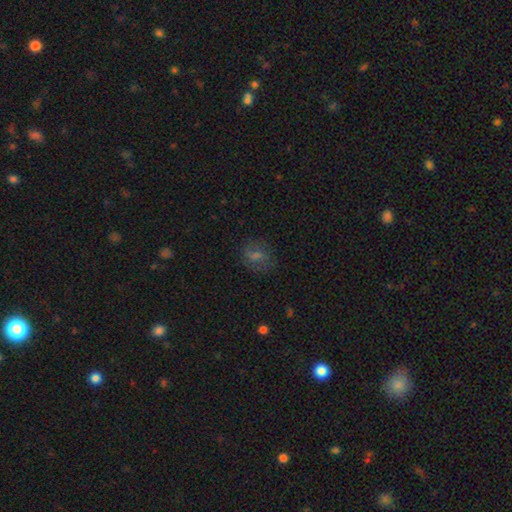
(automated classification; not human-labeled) Q: Smooth or featured?
A: smooth (53%); runner-up: featured or disk (24%)
Q: How rounded?
A: in between (49%); tied with: round (49%)
Q: Merging?
A: none (75%); runner-up: minor disturbance (16%)